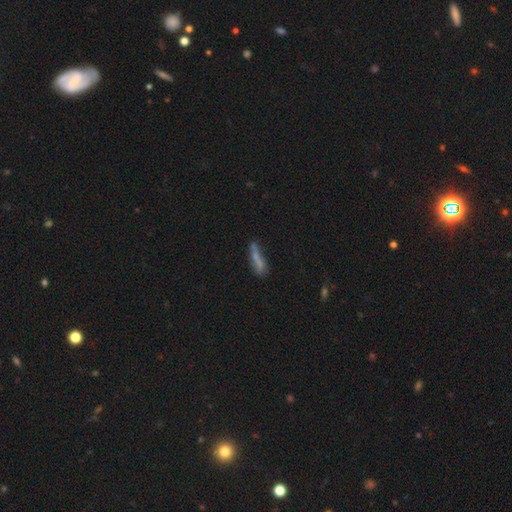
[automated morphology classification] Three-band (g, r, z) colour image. It shows a smooth galaxy with no disk features (52%) that is cigar-shaped (74%). Merging: none (48%).